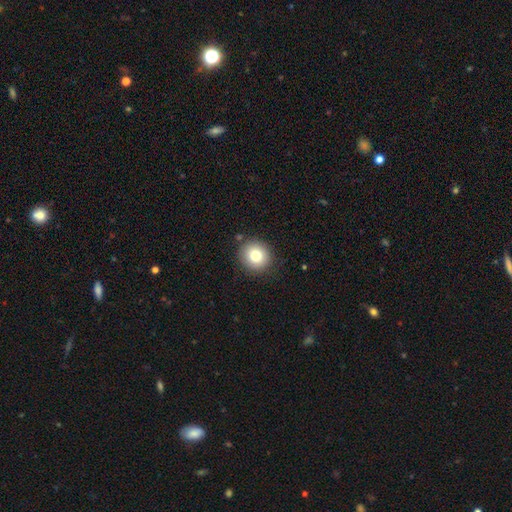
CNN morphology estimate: Smooth or featured?
  - smooth: 78% *
  - star or artifact: 11%
  - featured or disk: 11%
How rounded?
  - round: 90% *
  - in between: 9%
  - cigar-shaped: 1%
Merging?
  - none: 87% *
  - minor disturbance: 8%
  - merger: 2%
  - major disturbance: 2%